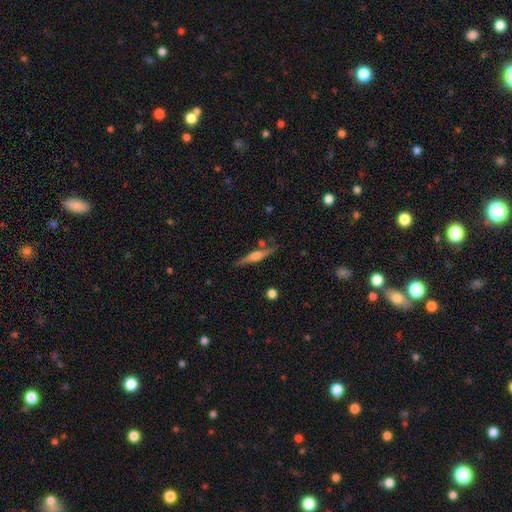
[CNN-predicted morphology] A featured or disk galaxy (62%) viewed edge-on (96%) with a rounded central bulge (73%).

Vote fractions:
- Smooth or featured? featured or disk: 62% / smooth: 31% / star or artifact: 6%
- Edge-on disk? yes: 96% / no: 4%
- Edge-on bulge? rounded: 73% / boxy: 18% / none: 9%
- Merging? none: 79% / minor disturbance: 13% / merger: 5% / major disturbance: 3%